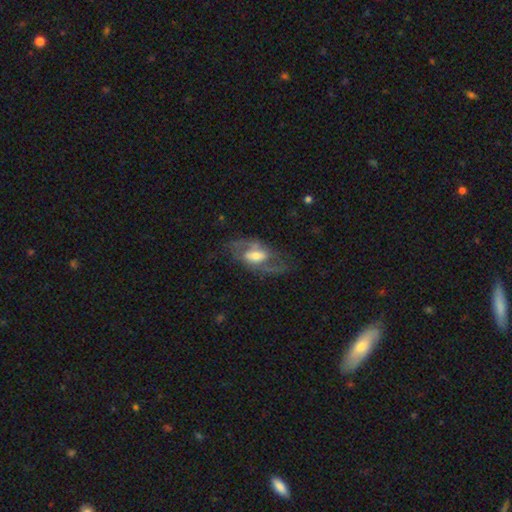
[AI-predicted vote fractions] A featured or disk galaxy (78%) with a weak bar (43%), 2 (83%) medium (51%) spiral arms (86%) and a moderate central bulge (53%).

Vote fractions:
- Smooth or featured? featured or disk: 78% / smooth: 16% / star or artifact: 6%
- Edge-on disk? no: 94% / yes: 6%
- Bar? weak: 43% / no: 29% / strong: 27%
- Spiral arms? yes: 86% / no: 14%
- Spiral winding? medium: 51% / loose: 31% / tight: 18%
- Spiral arm count? 2: 83% / can't tell: 9% / 1: 3% / 3: 3% / 4: 1% / more than 4: 1%
- Bulge size? moderate: 53% / small: 25% / large: 17% / none: 3% / dominant: 2%
- Merging? none: 63% / minor disturbance: 18% / major disturbance: 17% / merger: 2%